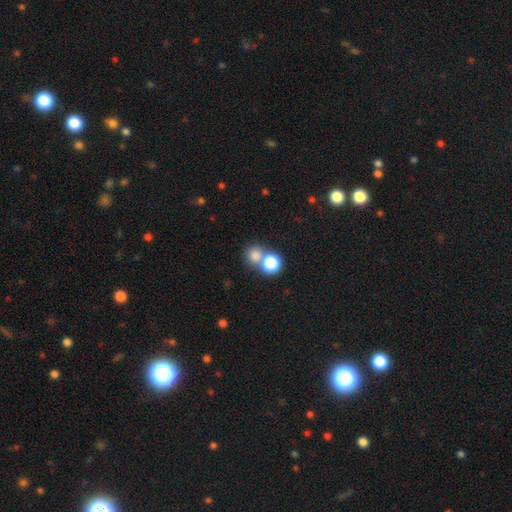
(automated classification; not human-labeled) Smooth or featured?
  - smooth: 78% *
  - star or artifact: 13%
  - featured or disk: 9%
How rounded?
  - round: 84% *
  - in between: 15%
  - cigar-shaped: 1%
Merging?
  - none: 47% *
  - merger: 44%
  - minor disturbance: 6%
  - major disturbance: 3%